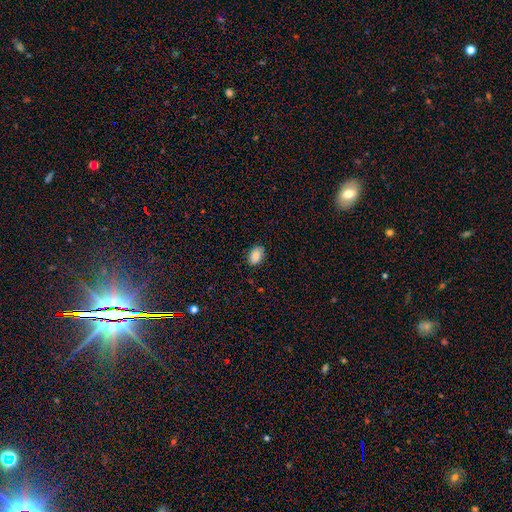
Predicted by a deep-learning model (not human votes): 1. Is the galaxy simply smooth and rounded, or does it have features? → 87% smooth, 8% star or artifact, 5% featured or disk.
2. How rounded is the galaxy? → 86% in between, 13% round, 1% cigar-shaped.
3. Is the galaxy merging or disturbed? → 82% none, 14% minor disturbance, 3% major disturbance, 1% merger.